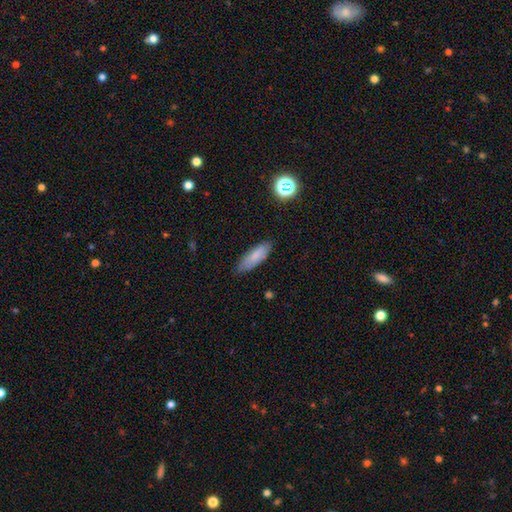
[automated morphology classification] A smooth galaxy with no disk features (81%) that is in between round and cigar-shaped (55%). Merging: none (78%).